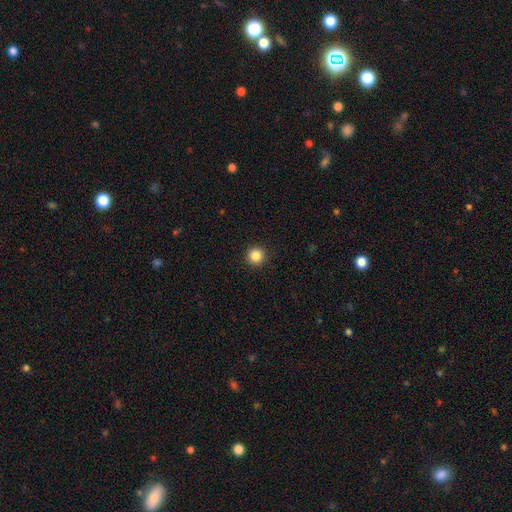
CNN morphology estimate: This appears to be a smooth galaxy with no disk features (86%) that is round (96%). Merging: none (93%).